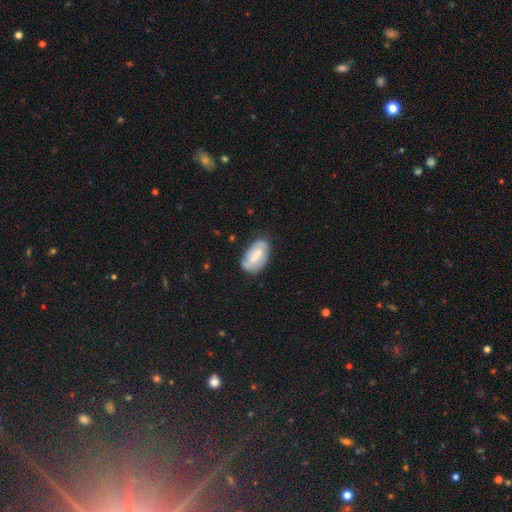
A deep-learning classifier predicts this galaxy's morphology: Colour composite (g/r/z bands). It shows a featured or disk galaxy (61%) with a weak bar (47%), spiral arms (81%) and a moderate central bulge (35%, tied with small). Merging: none (70%).